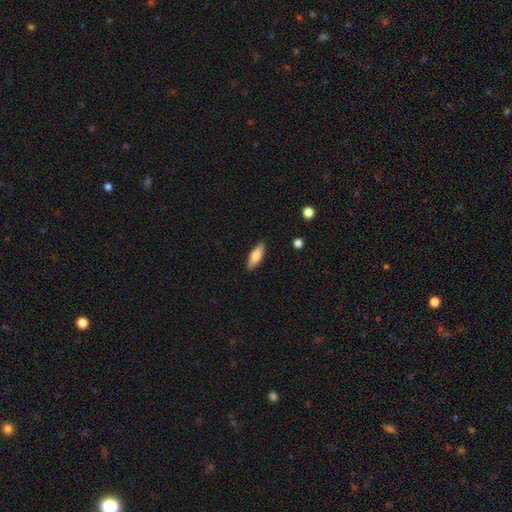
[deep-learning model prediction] smooth 75%, featured or disk 19%, star or artifact 6%. Down the decision tree: how rounded — in between (60%); merging — none (88%).